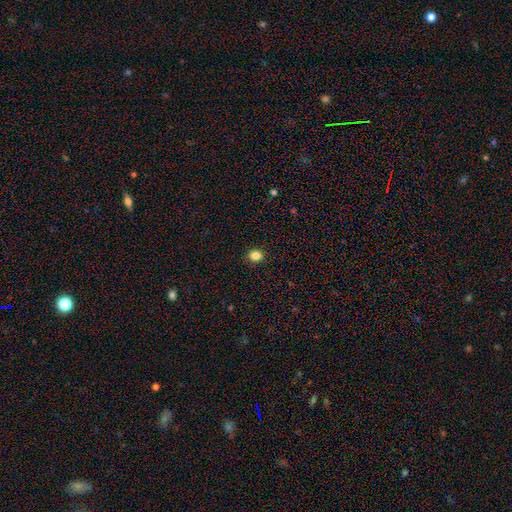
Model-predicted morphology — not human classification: A smooth galaxy with no disk features (84%) that is round (78%). Merging: none (91%).